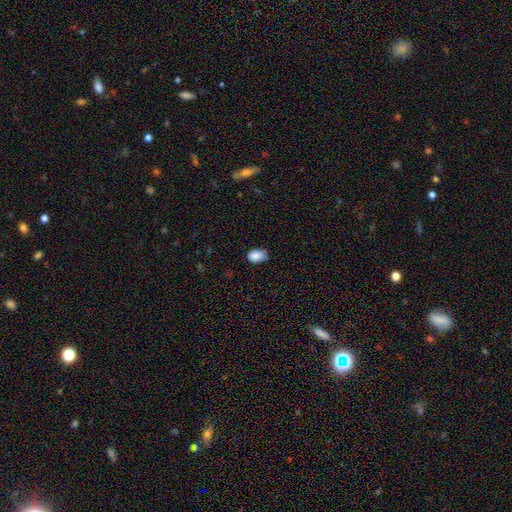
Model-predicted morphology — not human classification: smooth-or-featured: smooth: 87% | star or artifact: 8% | featured or disk: 5%
  how-rounded: in between: 83% | round: 16% | cigar-shaped: 1%
  merging: none: 66% | minor disturbance: 29% | major disturbance: 4% | merger: 1%